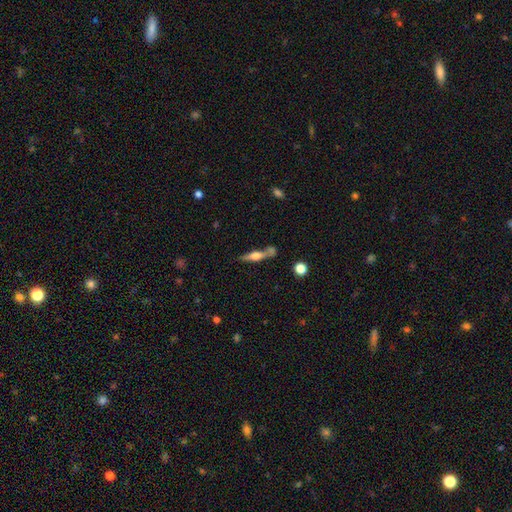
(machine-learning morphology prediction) type=featured or disk (63%); edge-on=yes (95%); edge-on bulge=rounded (88%); merging=none (63%).